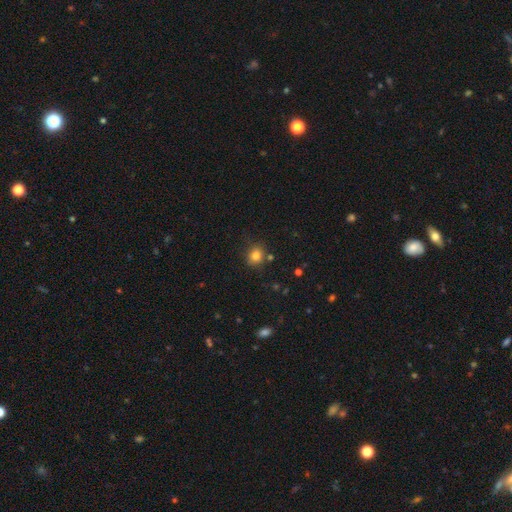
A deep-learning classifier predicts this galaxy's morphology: Smooth or featured? smooth (80%)
How rounded? round (77%)
Merging? none (79%)